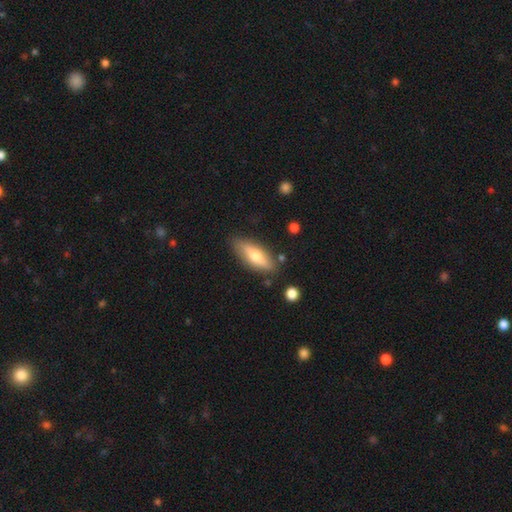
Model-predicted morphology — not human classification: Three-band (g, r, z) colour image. It shows a smooth galaxy with no disk features (57%) that is in between round and cigar-shaped (61%). Merging: none (80%).